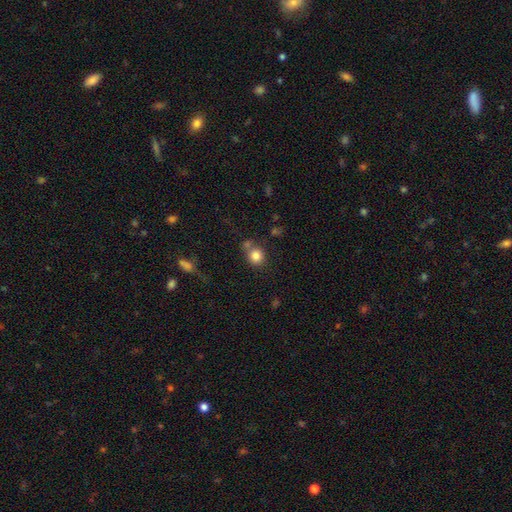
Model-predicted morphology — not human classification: Q: Smooth or featured?
A: smooth (83%); runner-up: star or artifact (11%)
Q: How rounded?
A: round (86%); runner-up: in between (13%)
Q: Merging?
A: none (64%); runner-up: merger (21%)